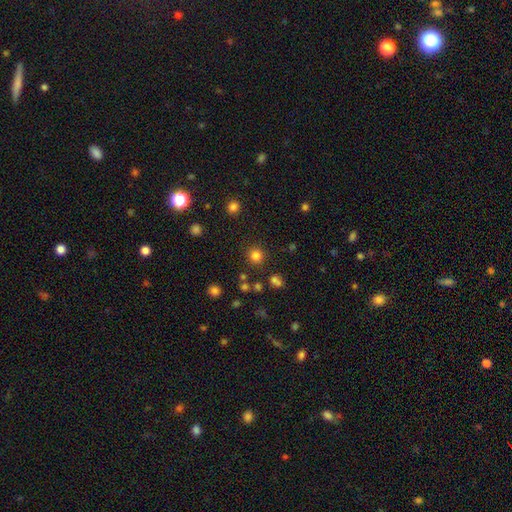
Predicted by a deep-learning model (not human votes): smooth_or_featured: smooth (p=0.80) [alt: star or artifact p=0.15]
how_rounded: round (p=0.94) [alt: in between p=0.05]
merging: none (p=0.87) [alt: minor disturbance p=0.06]